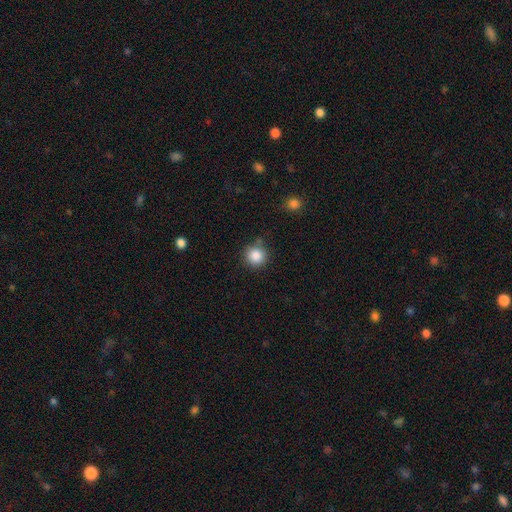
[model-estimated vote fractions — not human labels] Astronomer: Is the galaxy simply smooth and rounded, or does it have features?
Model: smooth — 86%.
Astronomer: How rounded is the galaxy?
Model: round — 94%.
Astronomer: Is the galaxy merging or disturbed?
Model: none — 82%.